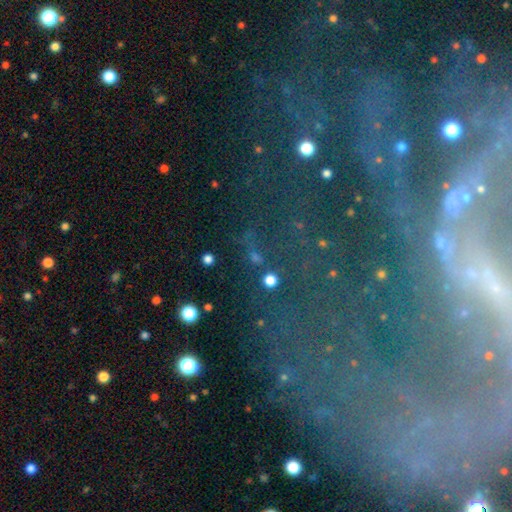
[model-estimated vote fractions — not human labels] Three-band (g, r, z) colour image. It shows a star or artifact, not a galaxy (57%).